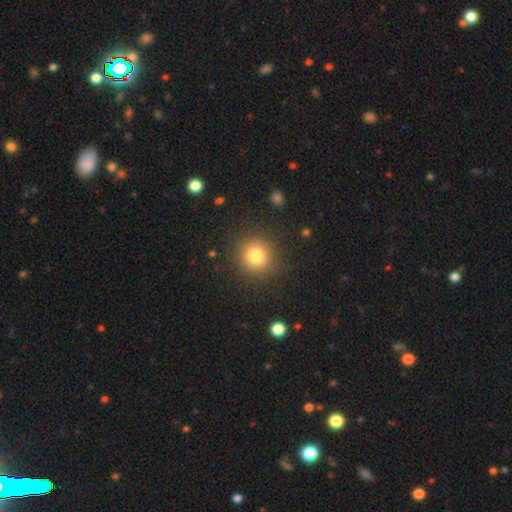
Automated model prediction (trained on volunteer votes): smooth-or-featured: smooth: 80% | star or artifact: 12% | featured or disk: 8%
  how-rounded: round: 92% | in between: 7% | cigar-shaped: 1%
  merging: none: 87% | minor disturbance: 8% | major disturbance: 3% | merger: 1%